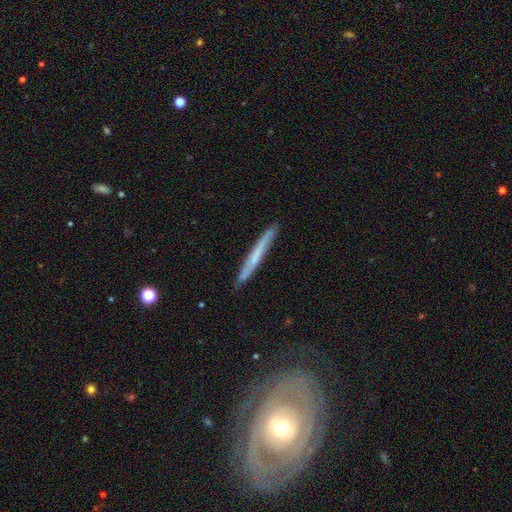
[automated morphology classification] Smooth or featured? smooth (47%)
Merging? none (86%)